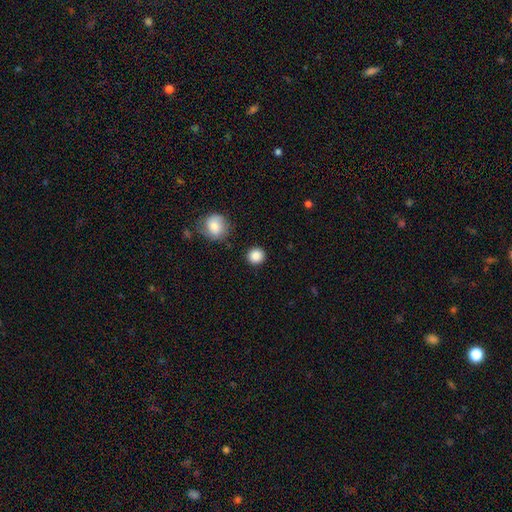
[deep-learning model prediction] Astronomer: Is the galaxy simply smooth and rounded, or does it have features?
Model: smooth — 88%.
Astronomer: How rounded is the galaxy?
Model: round — 93%.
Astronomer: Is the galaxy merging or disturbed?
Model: none — 89%.